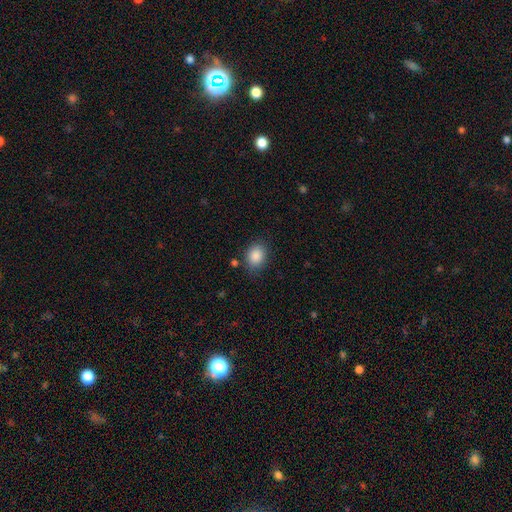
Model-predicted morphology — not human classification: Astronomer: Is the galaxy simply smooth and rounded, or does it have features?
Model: smooth — 88%.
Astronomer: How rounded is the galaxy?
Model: in between — 57% (runner-up: round, 42%).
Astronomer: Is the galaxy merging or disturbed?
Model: none — 79%.